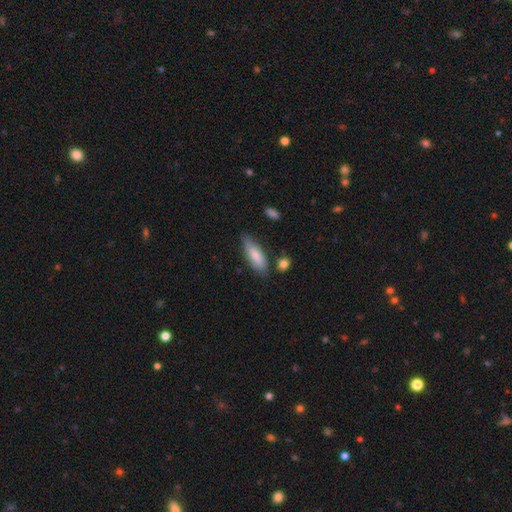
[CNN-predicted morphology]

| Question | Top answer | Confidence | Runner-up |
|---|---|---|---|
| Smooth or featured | smooth | 80% | featured or disk (15%) |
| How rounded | in between | 60% | cigar-shaped (38%) |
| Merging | none | 72% | minor disturbance (20%) |